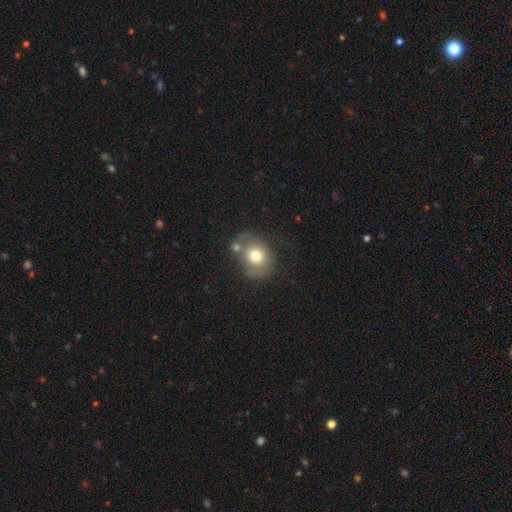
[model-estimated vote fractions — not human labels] smooth-or-featured: smooth: 70% | featured or disk: 21% | star or artifact: 9%
  how-rounded: round: 59% | in between: 40% | cigar-shaped: 1%
  merging: none: 50% | minor disturbance: 21% | merger: 18% | major disturbance: 10%